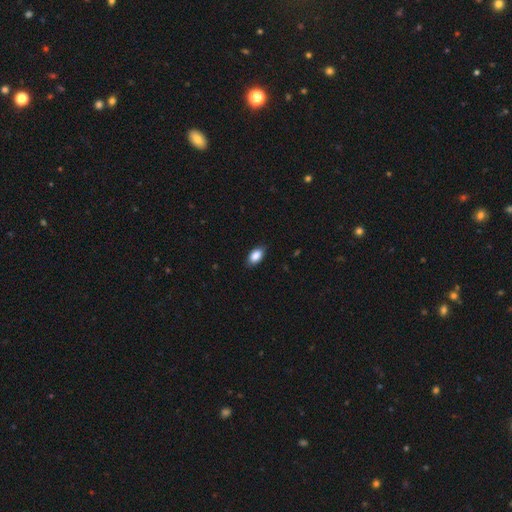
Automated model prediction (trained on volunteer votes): A smooth galaxy with no disk features (87%) that is in between round and cigar-shaped (92%). Merging: none (83%).